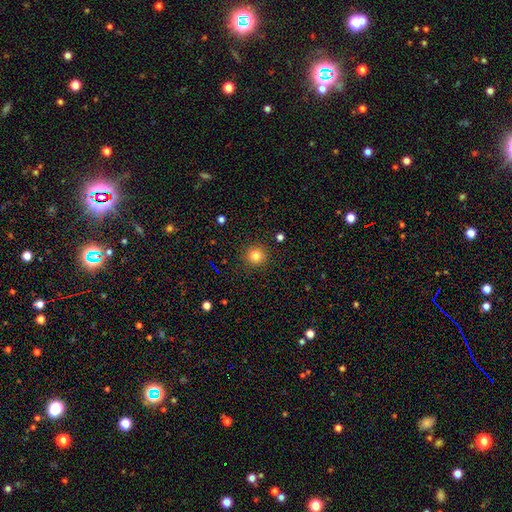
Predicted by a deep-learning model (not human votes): smooth-or-featured: smooth: 81% | star or artifact: 13% | featured or disk: 6%
  how-rounded: round: 94% | in between: 5% | cigar-shaped: 1%
  merging: none: 91% | minor disturbance: 6% | major disturbance: 2% | merger: 1%